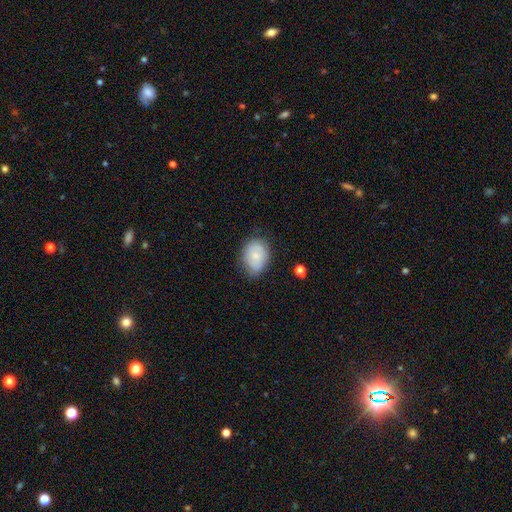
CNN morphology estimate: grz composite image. It shows a smooth galaxy with no disk features (74%) that is in between round and cigar-shaped (69%). Merging: none (67%).